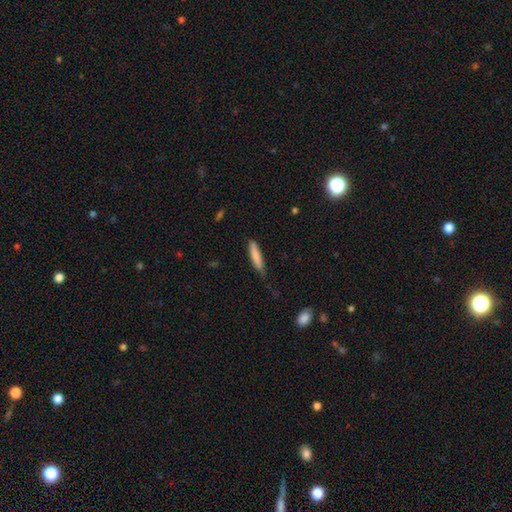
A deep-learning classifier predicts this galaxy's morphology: type=smooth (81%); roundness=cigar-shaped (84%); merging=none (65%).